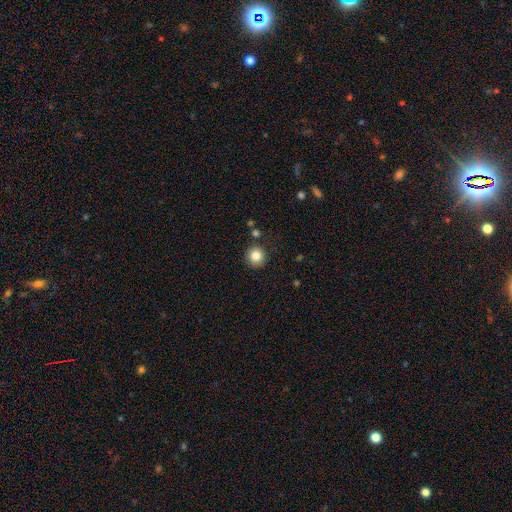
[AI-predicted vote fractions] Morphology: type=smooth (84%); roundness=round (94%); merging=none (87%).